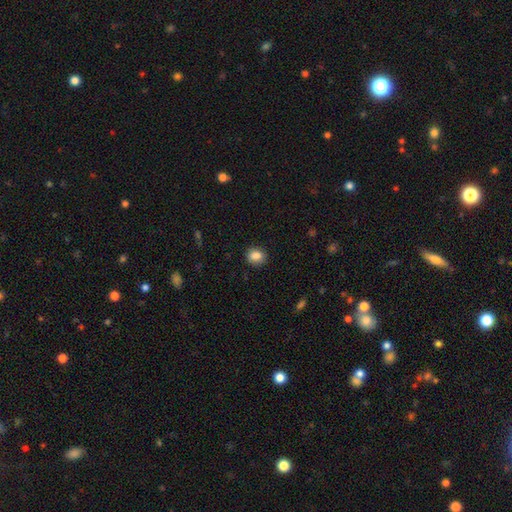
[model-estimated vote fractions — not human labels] Smooth or featured: smooth — 86% (star or artifact — 9%)
How rounded: round — 65% (in between — 34%)
Merging: none — 88% (minor disturbance — 9%)